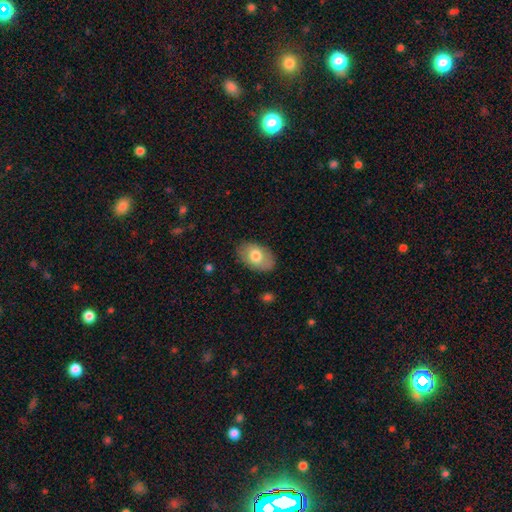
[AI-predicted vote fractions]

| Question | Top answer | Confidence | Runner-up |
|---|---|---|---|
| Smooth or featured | smooth | 74% | featured or disk (20%) |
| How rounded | in between | 91% | round (8%) |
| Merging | none | 85% | minor disturbance (12%) |